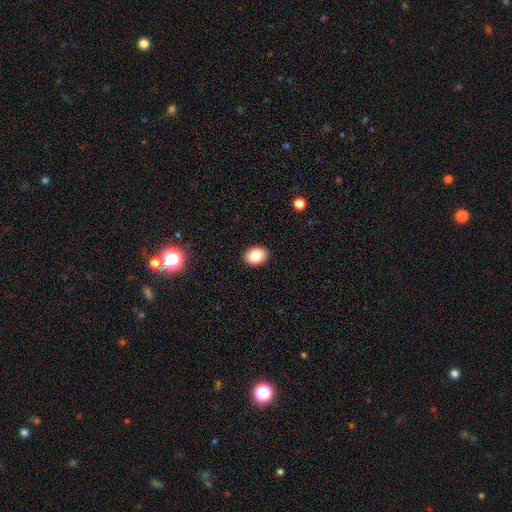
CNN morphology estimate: type=smooth (83%); roundness=in between (72%); merging=none (90%).